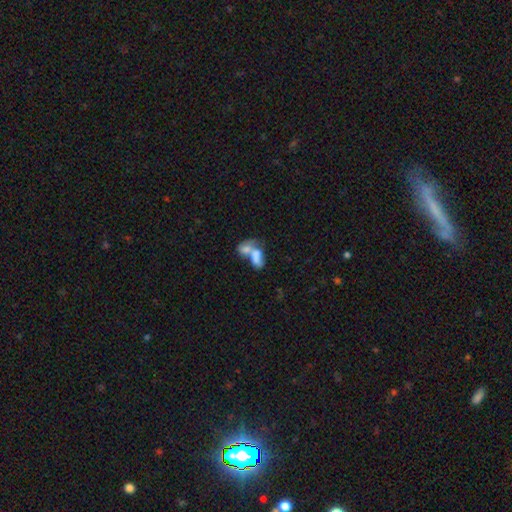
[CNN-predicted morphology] The model was most divided on "smooth or featured": smooth: 66%, featured or disk: 25%, star or artifact: 9%. More confident: how rounded — in between (86%); merging — merger (74%).